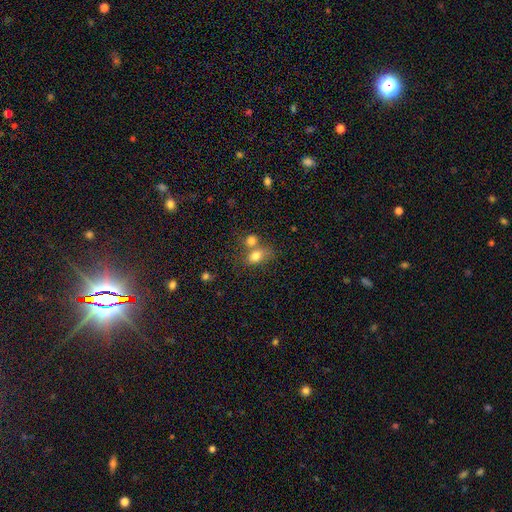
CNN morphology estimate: Smooth or featured: smooth — 78% (featured or disk — 12%)
How rounded: in between — 74% (round — 24%)
Merging: merger — 45% (none — 37%)